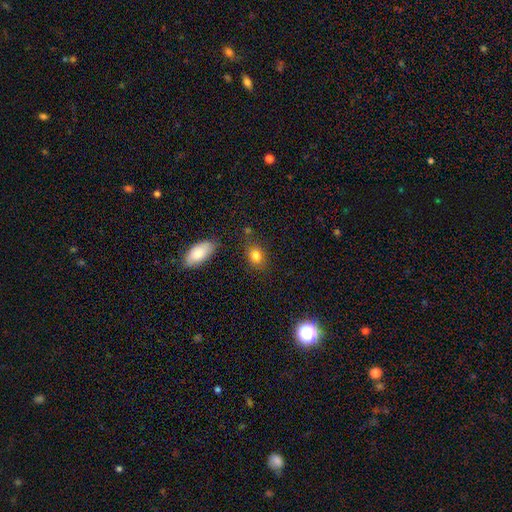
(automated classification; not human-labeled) Smooth or featured?
  - smooth: 81% *
  - star or artifact: 11%
  - featured or disk: 7%
How rounded?
  - in between: 62% *
  - round: 36%
  - cigar-shaped: 2%
Merging?
  - none: 78% *
  - minor disturbance: 14%
  - merger: 4%
  - major disturbance: 4%